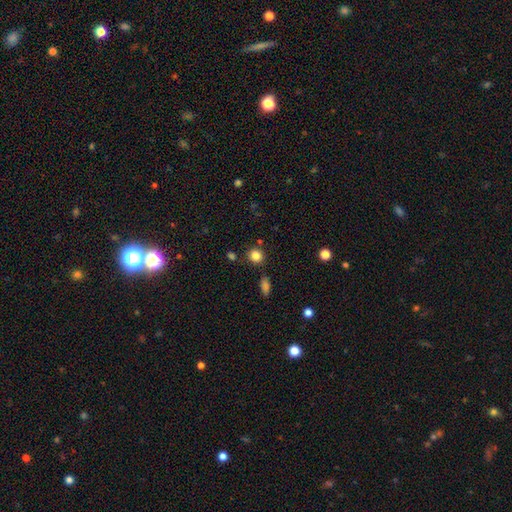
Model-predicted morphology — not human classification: Smooth or featured? smooth (84%)
How rounded? round (84%)
Merging? none (83%)